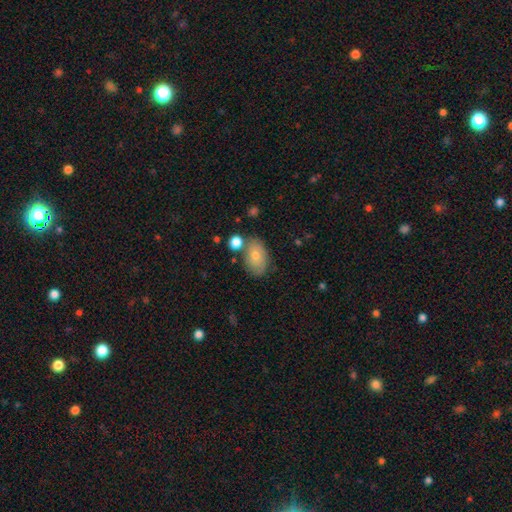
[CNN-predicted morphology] Q: Smooth or featured?
A: smooth (73%); runner-up: featured or disk (20%)
Q: How rounded?
A: in between (86%); runner-up: round (12%)
Q: Merging?
A: none (63%); runner-up: minor disturbance (19%)